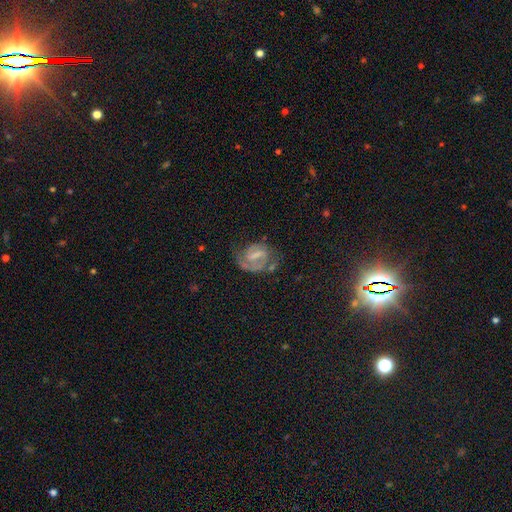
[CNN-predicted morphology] featured or disk 75%, smooth 17%, star or artifact 8%. Down the decision tree: edge-on disk — no (97%); bar — weak (44%); spiral arms — yes (89%); spiral arm count — 2 (69%); spiral winding — medium (47%); bulge size — none (41%); merging — none (53%).